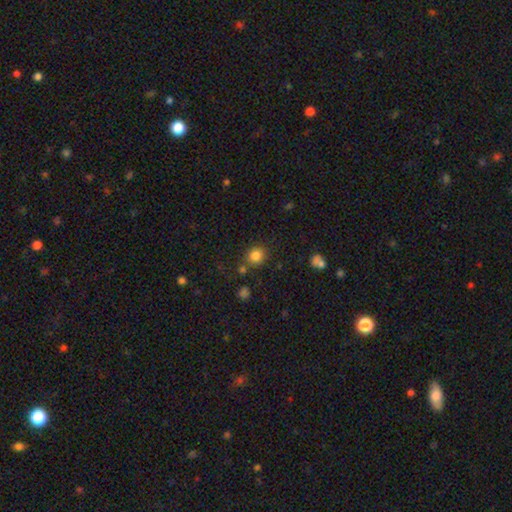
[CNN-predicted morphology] type=smooth (83%); roundness=round (83%); merging=none (80%).